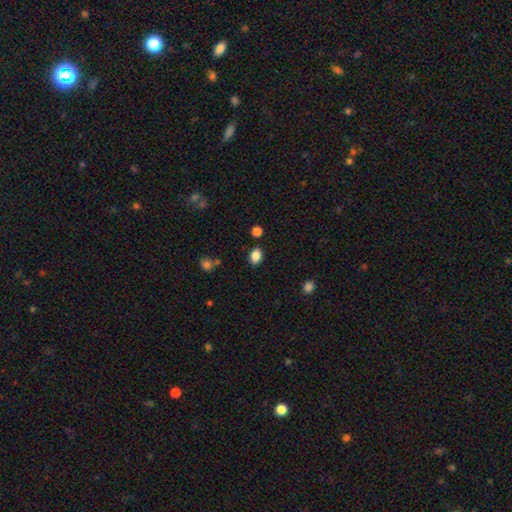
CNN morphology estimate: A smooth galaxy with no disk features (86%) that is in between round and cigar-shaped (70%). Merging: none (84%).